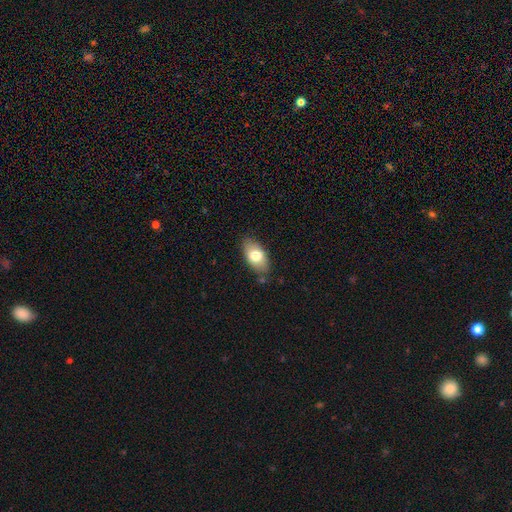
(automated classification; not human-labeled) Smooth or featured? smooth (75%)
How rounded? in between (92%)
Merging? none (79%)